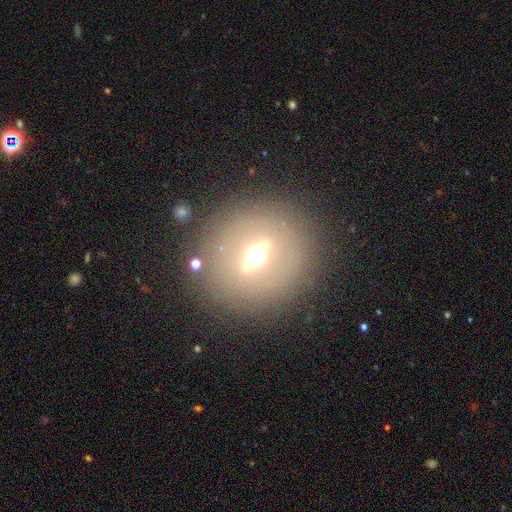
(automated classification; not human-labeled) A featured or disk galaxy (46%). Merging: none (83%).